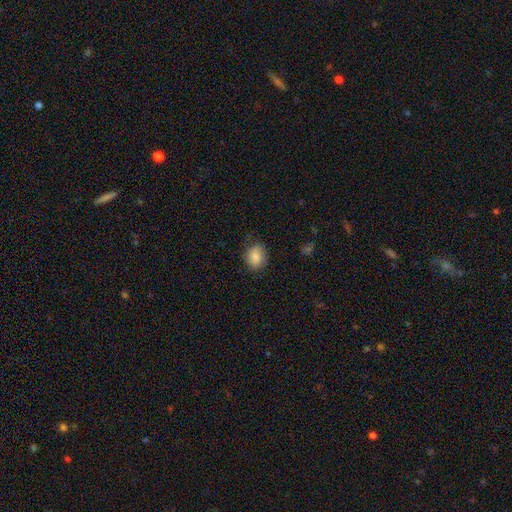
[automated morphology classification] This is clearly a smooth galaxy (85%). How rounded: likely in between (65%). Merging: likely none (77%).